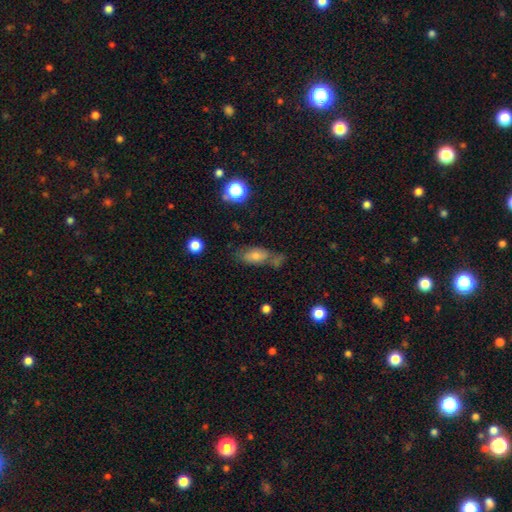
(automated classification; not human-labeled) Smooth or featured? smooth (63%)
How rounded? in between (77%)
Merging? none (55%)